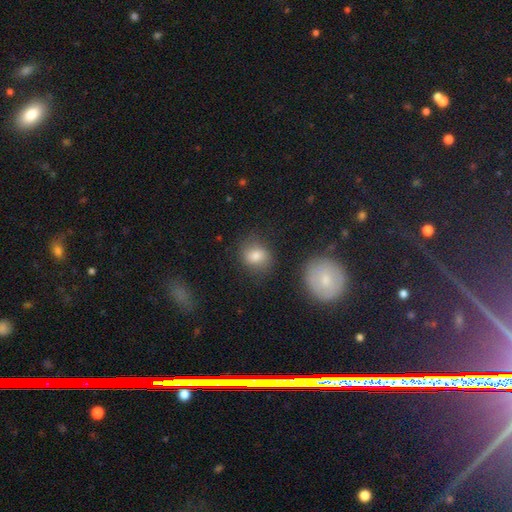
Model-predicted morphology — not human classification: smooth_or_featured: smooth (p=0.79) [alt: featured or disk p=0.10]
how_rounded: round (p=0.57) [alt: in between p=0.41]
merging: none (p=0.74) [alt: minor disturbance p=0.16]